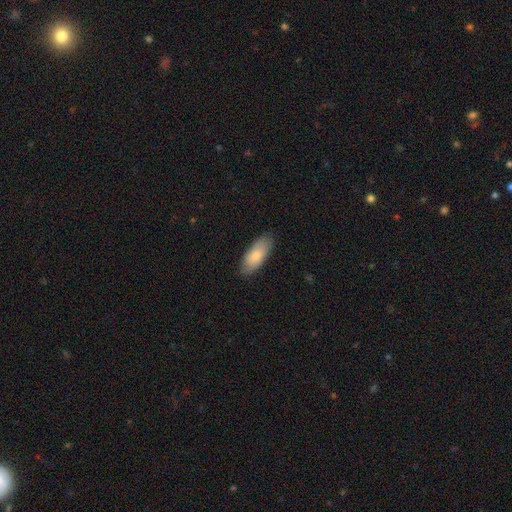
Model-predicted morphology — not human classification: A smooth galaxy with no disk features (78%) that is in between round and cigar-shaped (83%). Merging: none (84%).